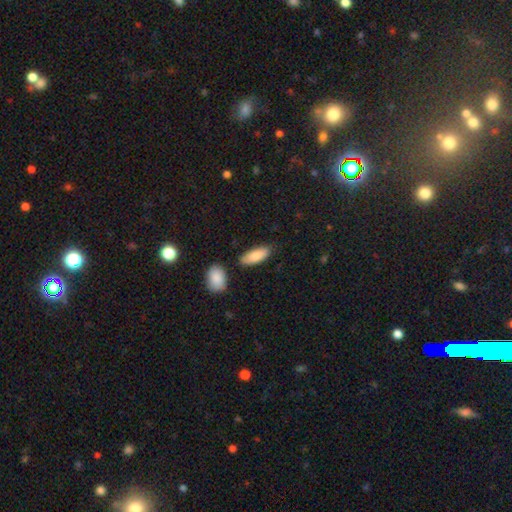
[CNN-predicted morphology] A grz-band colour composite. It shows a smooth galaxy with no disk features (85%) that is in between round and cigar-shaped (80%). Merging: none (76%).